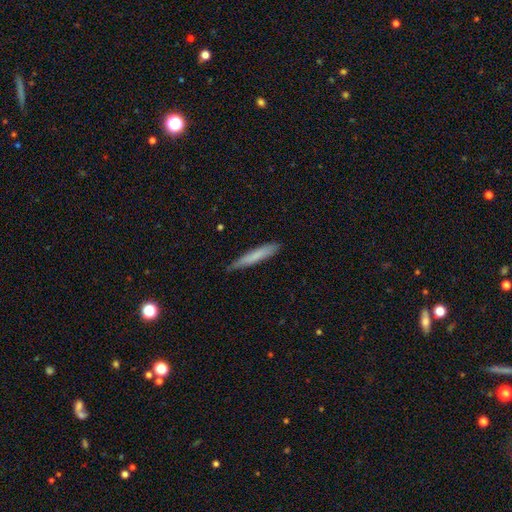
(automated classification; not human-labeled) smooth-or-featured: smooth: 73% | featured or disk: 21% | star or artifact: 6%
  how-rounded: cigar-shaped: 94% | in between: 5% | round: 1%
  merging: none: 79% | minor disturbance: 17% | major disturbance: 2% | merger: 1%